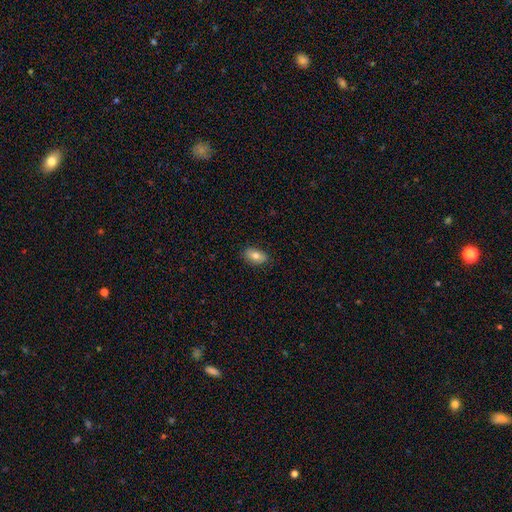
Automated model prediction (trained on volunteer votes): This appears to be a smooth galaxy with no disk features (78%) that is in between round and cigar-shaped (89%). Merging: none (86%).